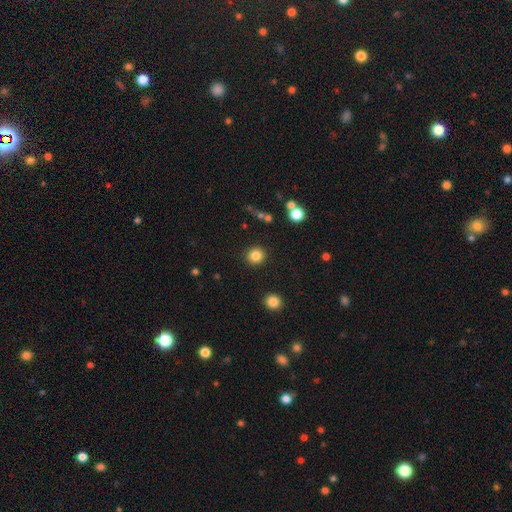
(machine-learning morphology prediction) type=smooth (84%); roundness=round (92%); merging=none (90%).